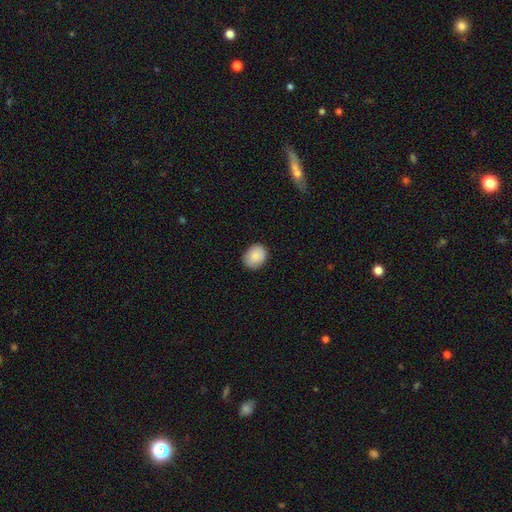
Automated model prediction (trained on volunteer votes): Q: Smooth or featured?
A: smooth (89%); runner-up: star or artifact (7%)
Q: How rounded?
A: in between (51%); runner-up: round (48%)
Q: Merging?
A: none (86%); runner-up: minor disturbance (11%)